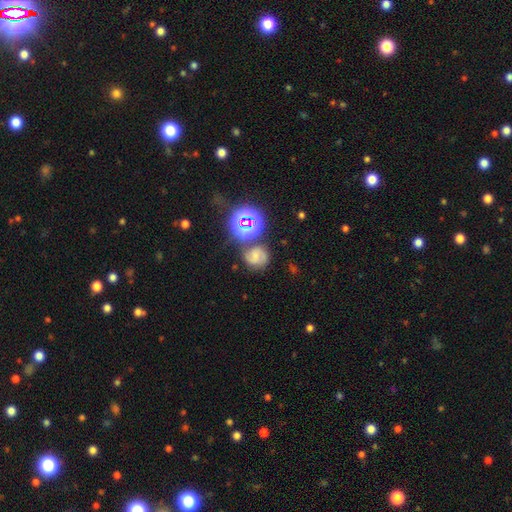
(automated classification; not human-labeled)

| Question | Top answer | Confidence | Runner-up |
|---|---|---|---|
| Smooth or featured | featured or disk | 48% | smooth (32%) |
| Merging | none | 62% | minor disturbance (17%) |